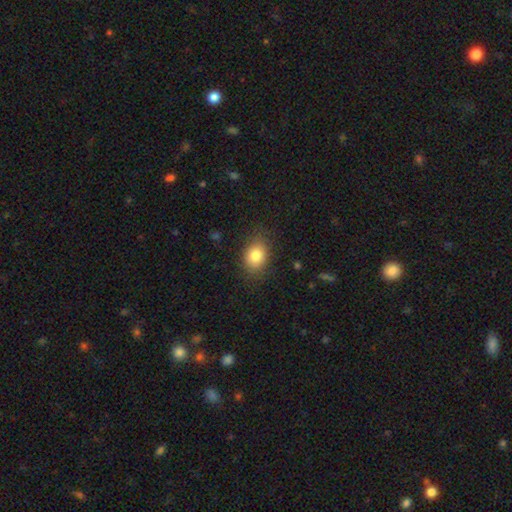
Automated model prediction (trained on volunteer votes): Overall: smooth (83%). How rounded: in between (64%; round 35%). Merging: none (81%).